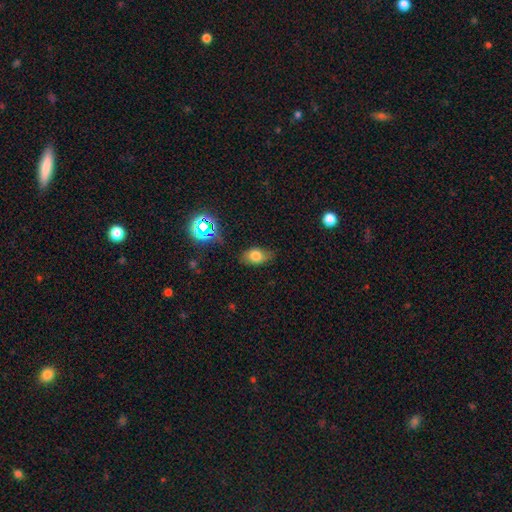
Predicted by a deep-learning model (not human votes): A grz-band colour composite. It shows a smooth galaxy with no disk features (73%) that is in between round and cigar-shaped (85%). Merging: none (71%).